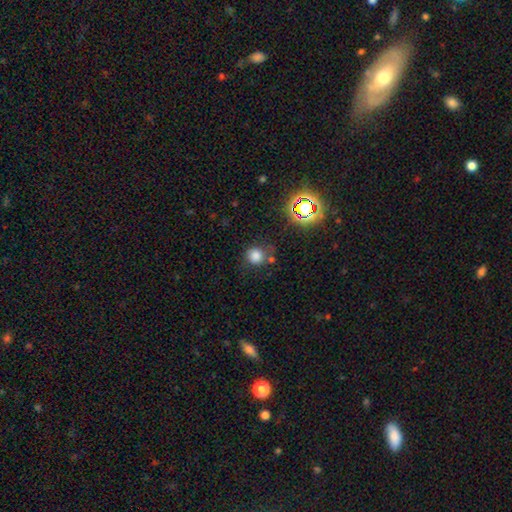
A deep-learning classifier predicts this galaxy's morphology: Smooth or featured: smooth — 77% (star or artifact — 17%)
How rounded: round — 89% (in between — 10%)
Merging: none — 72% (minor disturbance — 15%)